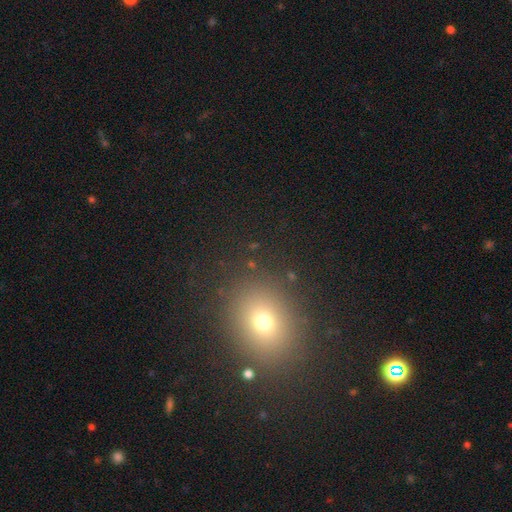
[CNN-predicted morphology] The model was most divided on "how rounded": round: 62%, in between: 37%, cigar-shaped: 1%. More confident: merging — none (89%); smooth or featured — smooth (64%).